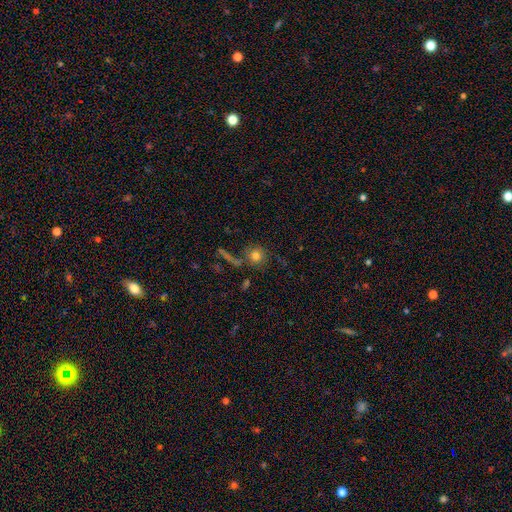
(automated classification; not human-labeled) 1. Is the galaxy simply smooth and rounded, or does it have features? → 77% smooth, 12% star or artifact, 11% featured or disk.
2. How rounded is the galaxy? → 90% round, 8% in between, 1% cigar-shaped.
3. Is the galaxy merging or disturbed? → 71% none, 12% minor disturbance, 11% merger, 6% major disturbance.